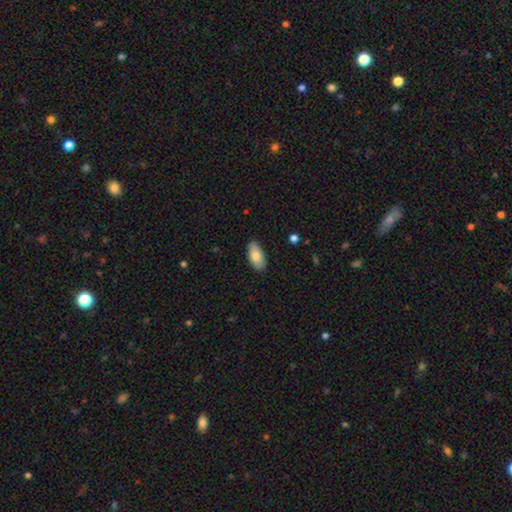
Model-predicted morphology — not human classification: The model was most divided on "smooth or featured": smooth: 81%, featured or disk: 13%, star or artifact: 6%. More confident: how rounded — in between (93%); merging — none (86%).